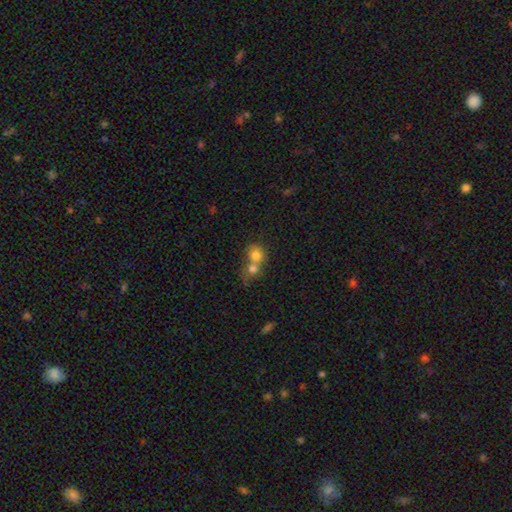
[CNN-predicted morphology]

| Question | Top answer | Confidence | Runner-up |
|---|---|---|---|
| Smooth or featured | smooth | 77% | featured or disk (13%) |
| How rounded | round | 75% | in between (24%) |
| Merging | merger | 66% | none (25%) |